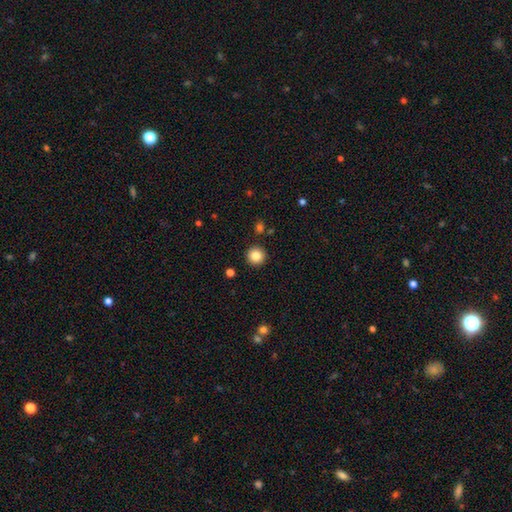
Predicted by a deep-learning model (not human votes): A smooth galaxy with no disk features (84%) that is round (96%).

Vote fractions:
- Smooth or featured? smooth: 84% / star or artifact: 10% / featured or disk: 6%
- How rounded? round: 96% / in between: 3% / cigar-shaped: 1%
- Merging? none: 92% / minor disturbance: 5% / merger: 2% / major disturbance: 2%